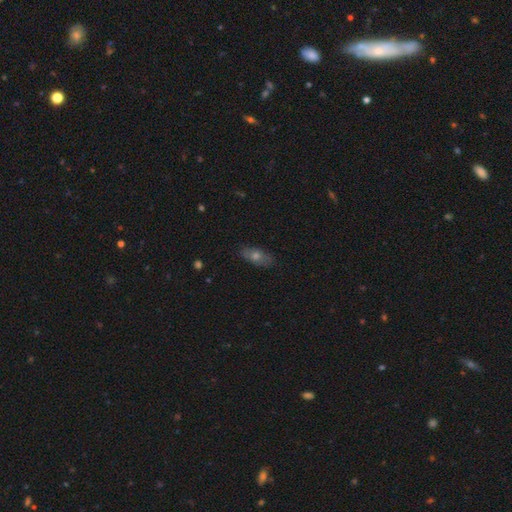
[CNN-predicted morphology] Smooth or featured?
  - smooth: 57% *
  - featured or disk: 30%
  - star or artifact: 12%
How rounded?
  - in between: 79% *
  - cigar-shaped: 14%
  - round: 6%
Merging?
  - none: 83% *
  - minor disturbance: 13%
  - major disturbance: 3%
  - merger: 1%